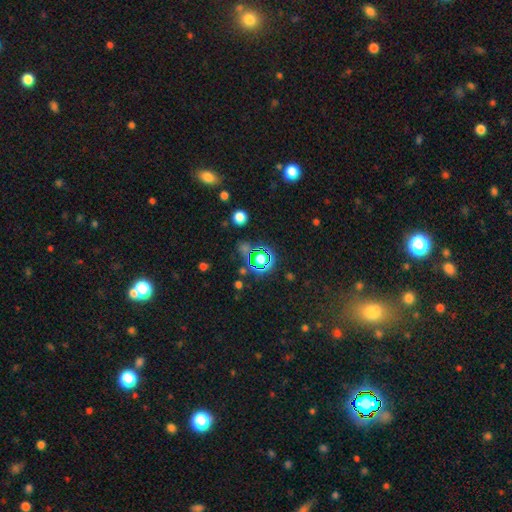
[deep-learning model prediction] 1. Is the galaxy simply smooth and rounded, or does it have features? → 67% star or artifact, 23% smooth, 10% featured or disk.